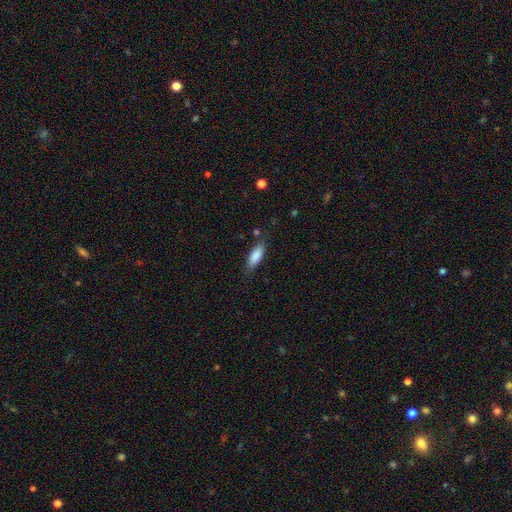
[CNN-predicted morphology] smooth_or_featured: smooth (p=0.85) [alt: featured or disk p=0.09]
how_rounded: in between (p=0.65) [alt: cigar-shaped p=0.33]
merging: none (p=0.76) [alt: minor disturbance p=0.17]